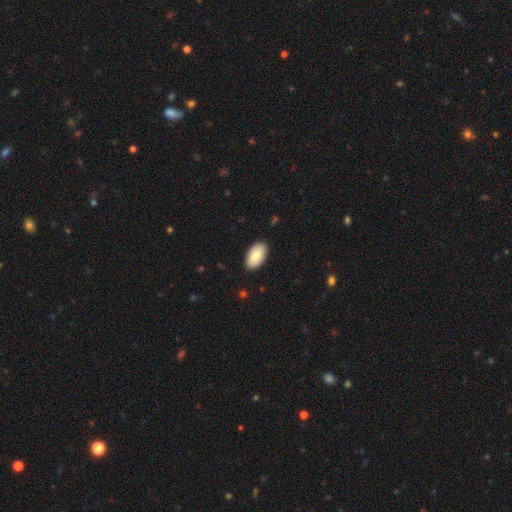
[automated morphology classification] Smooth or featured: smooth — 83% (featured or disk — 11%)
How rounded: in between — 96% (round — 3%)
Merging: none — 88% (minor disturbance — 9%)